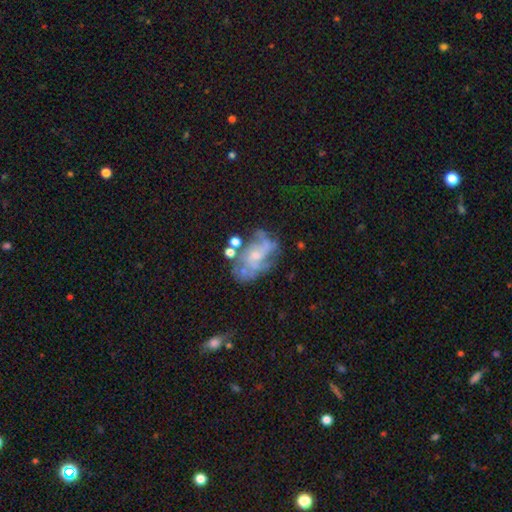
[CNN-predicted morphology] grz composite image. It shows a featured or disk galaxy (74%) with no bar (68%), medium (44%) spiral arms (76%) and a small central bulge (62%). Merging: none (45%).